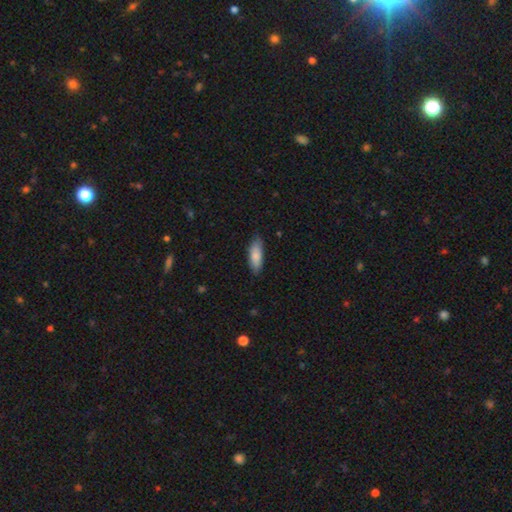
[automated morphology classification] smooth 84%, featured or disk 10%, star or artifact 6%. Down the decision tree: how rounded — in between (63%); merging — none (79%).